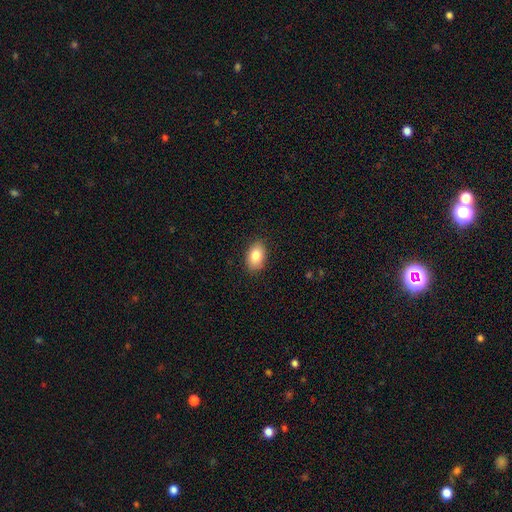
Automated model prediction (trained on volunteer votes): A smooth galaxy with no disk features (83%) that is in between round and cigar-shaped (87%).

Vote fractions:
- Smooth or featured? smooth: 83% / featured or disk: 9% / star or artifact: 8%
- How rounded? in between: 87% / round: 12% / cigar-shaped: 1%
- Merging? none: 88% / minor disturbance: 9% / major disturbance: 2% / merger: 1%